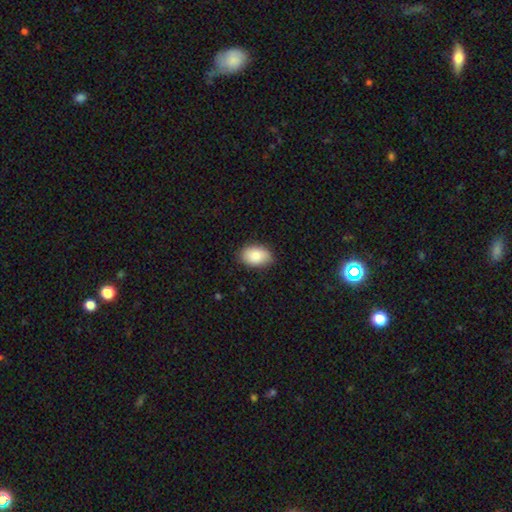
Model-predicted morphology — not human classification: The model was most divided on "merging": none: 82%, minor disturbance: 15%, major disturbance: 2%, merger: 1%. More confident: how rounded — in between (89%); smooth or featured — smooth (88%).